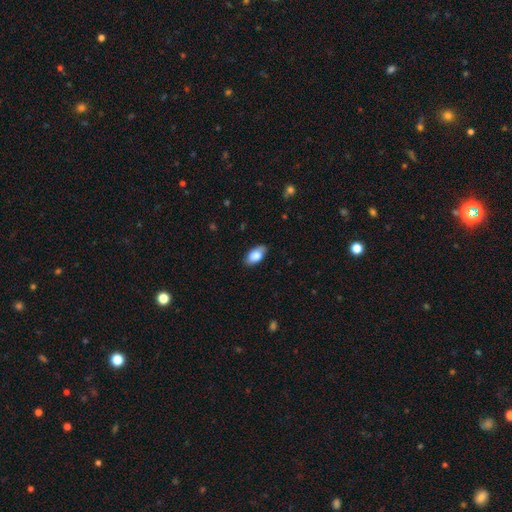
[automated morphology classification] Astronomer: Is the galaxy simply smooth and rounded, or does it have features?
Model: smooth — 82%.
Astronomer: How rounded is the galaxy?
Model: in between — 93%.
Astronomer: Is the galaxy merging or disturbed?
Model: none — 82%.